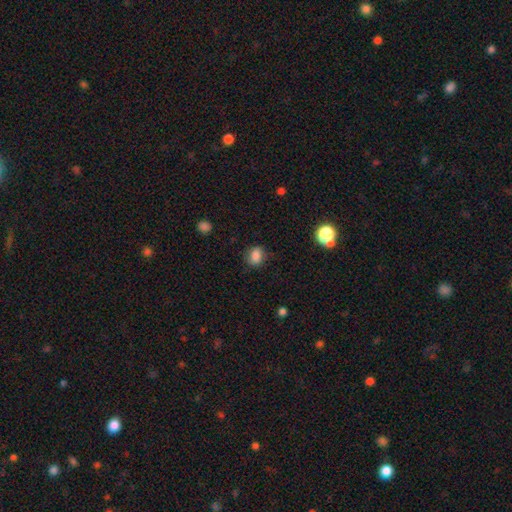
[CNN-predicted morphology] smooth_or_featured: smooth (p=0.82) [alt: star or artifact p=0.10]
how_rounded: round (p=0.51) [alt: in between p=0.48]
merging: none (p=0.76) [alt: minor disturbance p=0.18]